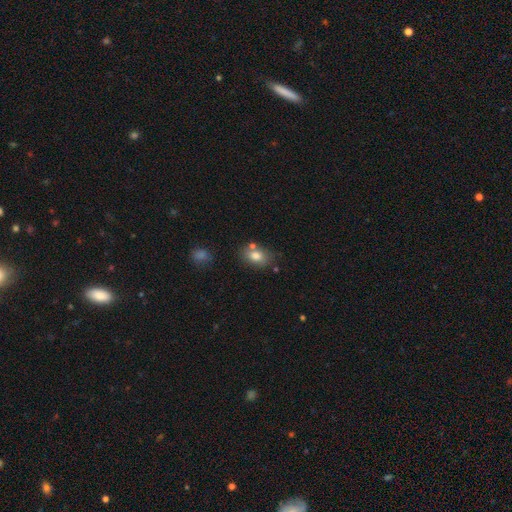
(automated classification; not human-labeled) This is likely a smooth galaxy (80%). How rounded: likely in between (78%). Merging: likely none (67%).